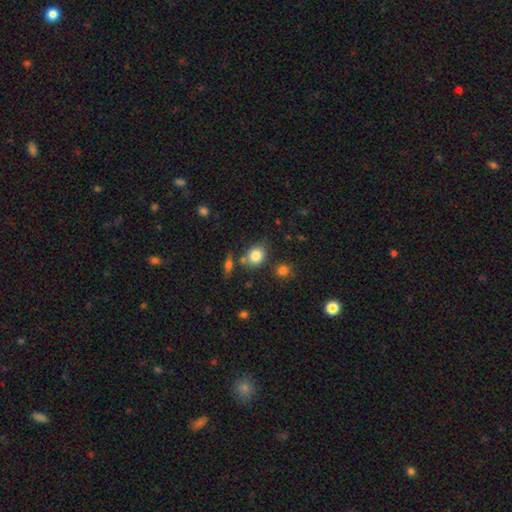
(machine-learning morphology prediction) Q: Smooth or featured?
A: smooth (82%); runner-up: star or artifact (10%)
Q: How rounded?
A: round (54%); runner-up: in between (45%)
Q: Merging?
A: none (66%); runner-up: minor disturbance (16%)